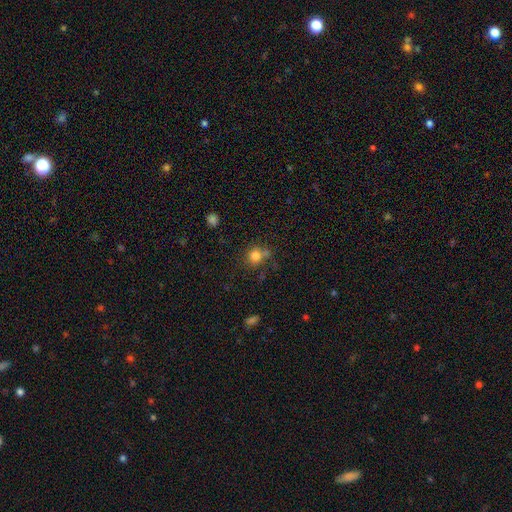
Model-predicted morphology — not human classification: Smooth or featured? smooth (80%)
How rounded? round (85%)
Merging? none (64%)